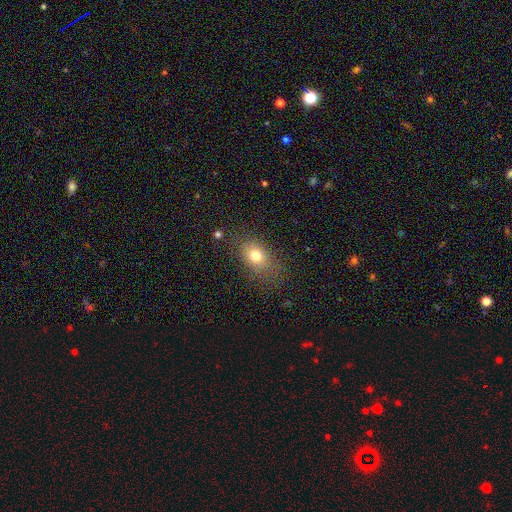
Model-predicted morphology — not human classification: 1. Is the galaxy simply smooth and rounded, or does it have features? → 75% smooth, 13% featured or disk, 13% star or artifact.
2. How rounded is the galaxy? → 69% in between, 29% round, 2% cigar-shaped.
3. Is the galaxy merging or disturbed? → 70% none, 18% minor disturbance, 10% major disturbance, 2% merger.